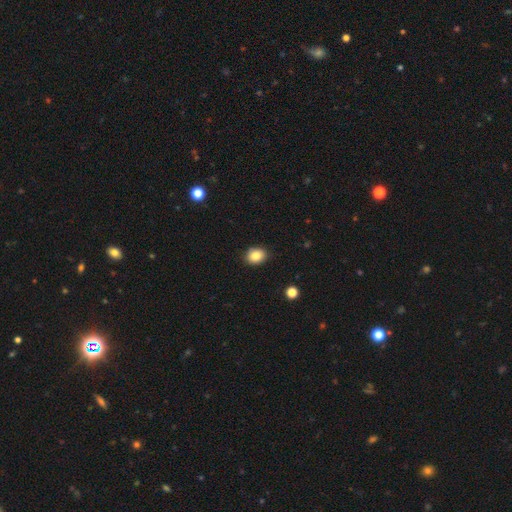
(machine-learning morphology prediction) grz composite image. It shows a smooth galaxy with no disk features (85%) that is round (50%). Merging: none (89%).